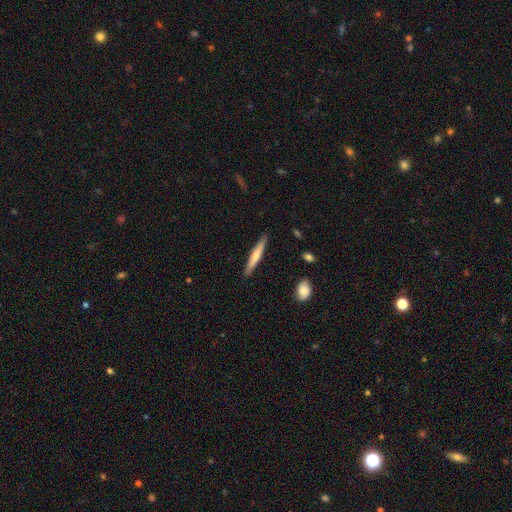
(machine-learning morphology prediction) type=smooth (53%); roundness=cigar-shaped (94%); merging=none (90%).